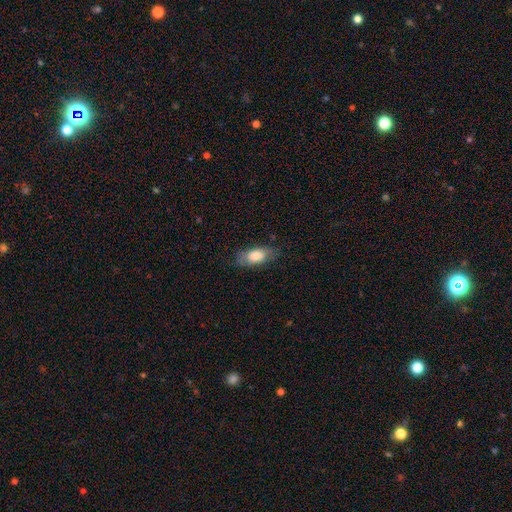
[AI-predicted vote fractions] This is likely a smooth galaxy (78%). How rounded: clearly in between (85%). Merging: likely none (72%).